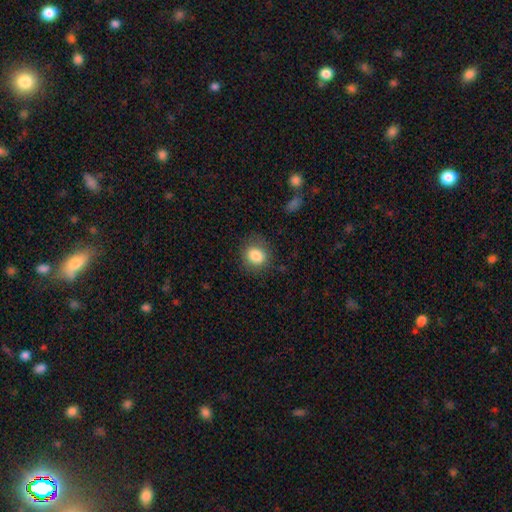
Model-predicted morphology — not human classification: A smooth galaxy with no disk features (84%) that is round (72%).

Vote fractions:
- Smooth or featured? smooth: 84% / star or artifact: 9% / featured or disk: 7%
- How rounded? round: 72% / in between: 27% / cigar-shaped: 1%
- Merging? none: 81% / minor disturbance: 13% / major disturbance: 5% / merger: 1%